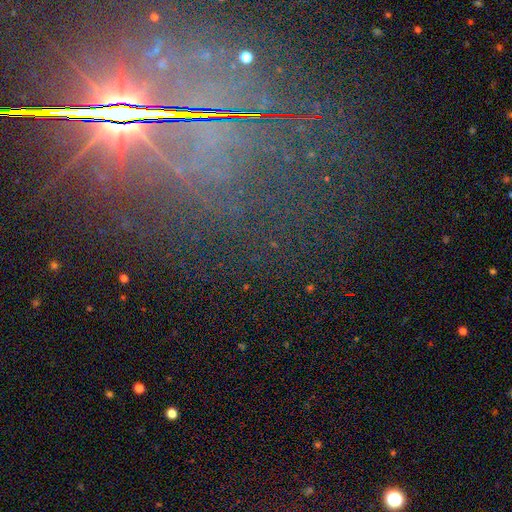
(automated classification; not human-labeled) A star or artifact, not a galaxy (76%).